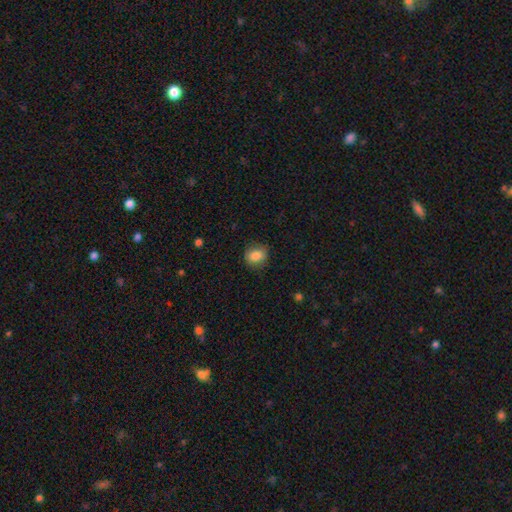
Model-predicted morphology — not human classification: smooth_or_featured: smooth (p=0.84) [alt: star or artifact p=0.09]
how_rounded: round (p=0.61) [alt: in between p=0.38]
merging: none (p=0.77) [alt: minor disturbance p=0.18]